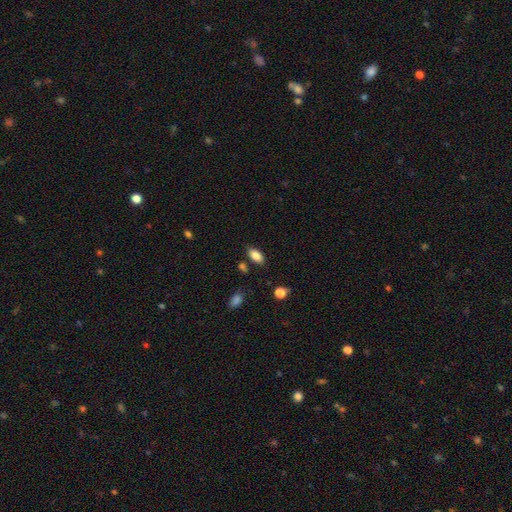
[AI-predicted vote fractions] Overall: smooth (84%). How rounded: in between (91%). Merging: none (82%).